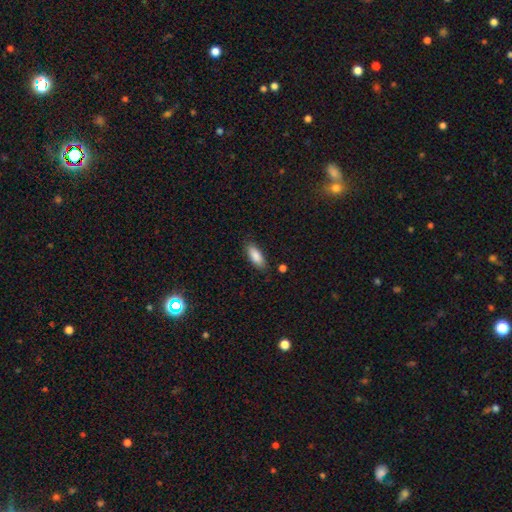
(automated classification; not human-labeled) This is clearly a smooth galaxy (87%). How rounded: likely in between (76%). Merging: clearly none (84%).